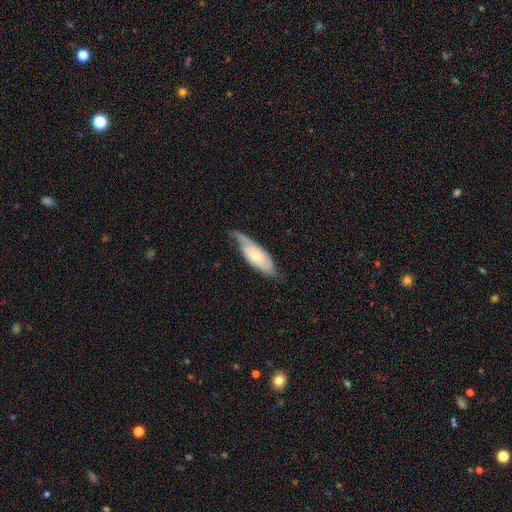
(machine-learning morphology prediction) The model was most divided on "smooth or featured": featured or disk: 48%, smooth: 46%, star or artifact: 6%. More confident: merging — none (51%).